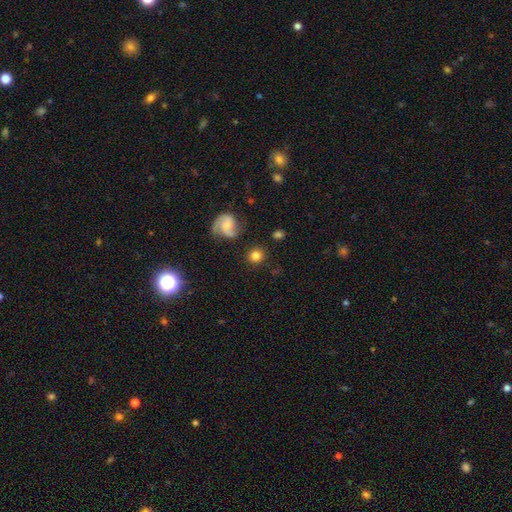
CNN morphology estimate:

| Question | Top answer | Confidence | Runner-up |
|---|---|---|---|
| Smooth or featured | smooth | 77% | featured or disk (14%) |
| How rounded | round | 90% | in between (9%) |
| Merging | none | 85% | minor disturbance (9%) |